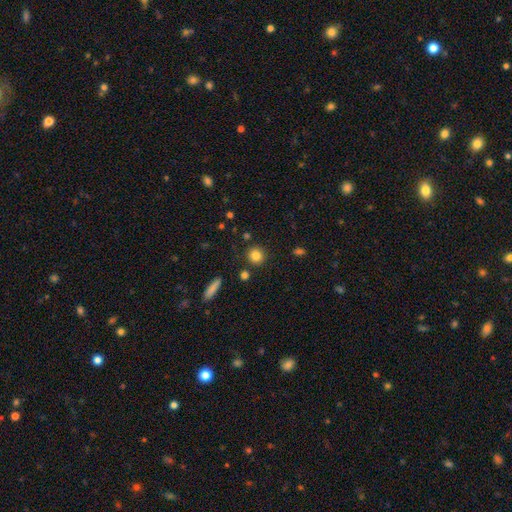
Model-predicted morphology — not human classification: A smooth galaxy with no disk features (83%) that is round (85%).

Vote fractions:
- Smooth or featured? smooth: 83% / star or artifact: 10% / featured or disk: 7%
- How rounded? round: 85% / in between: 13% / cigar-shaped: 2%
- Merging? none: 86% / minor disturbance: 8% / merger: 4% / major disturbance: 3%